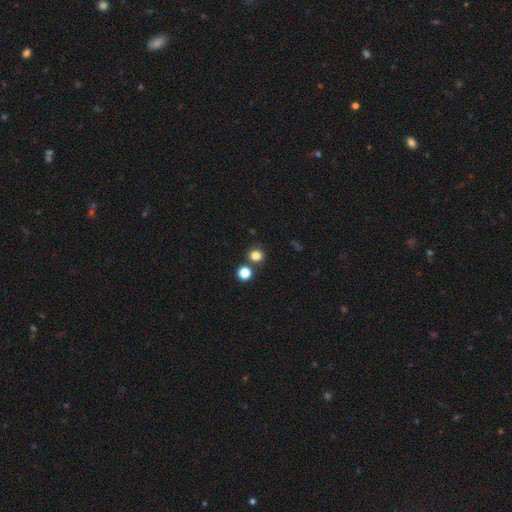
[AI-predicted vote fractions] Smooth or featured? Predicted: smooth (p=0.81). How rounded? Predicted: round (p=0.82). Merging? Predicted: none (p=0.76).